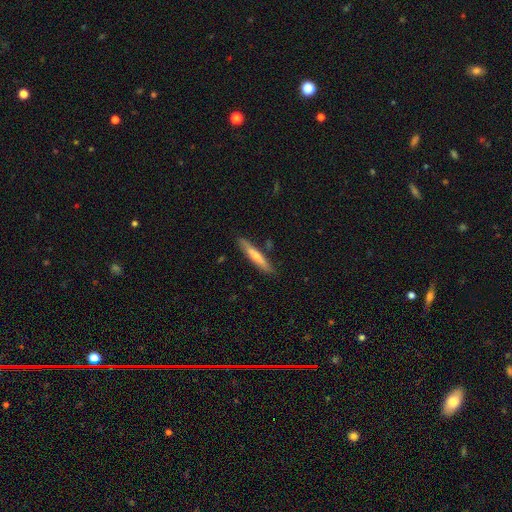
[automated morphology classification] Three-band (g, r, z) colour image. It shows a smooth galaxy with no disk features (53%) that is cigar-shaped (92%). Merging: none (86%).